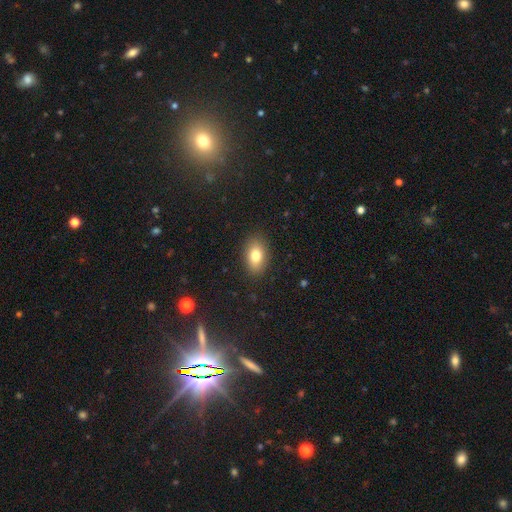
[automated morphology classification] Smooth or featured? Predicted: smooth (p=0.80). How rounded? Predicted: in between (p=0.88). Merging? Predicted: none (p=0.87).